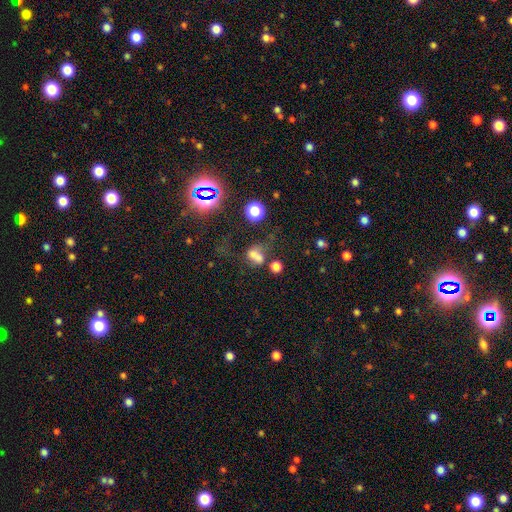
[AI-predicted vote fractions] Q: Smooth or featured?
A: smooth (57%); runner-up: star or artifact (24%)
Q: How rounded?
A: in between (54%); runner-up: round (44%)
Q: Merging?
A: merger (47%); runner-up: none (26%)